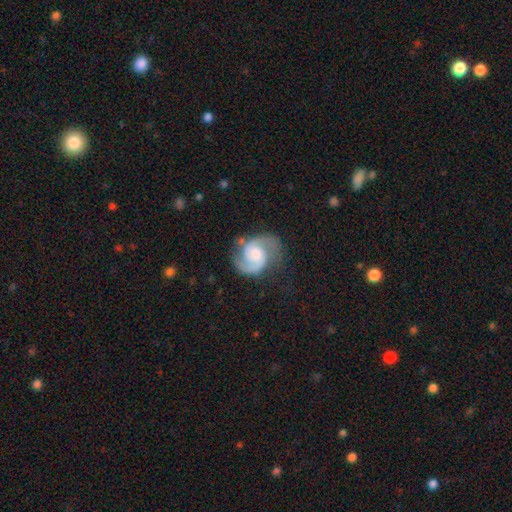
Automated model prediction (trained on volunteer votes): Overall: featured or disk (87%). Edge-on disk: no (98%). Bar: no (52%; weak 40%). Spiral arms: yes (97%). Spiral arm count: 2 (91%). Spiral winding: medium (56%; tight 24%). Bulge size: moderate (36%; small 25%). Merging: none (66%).